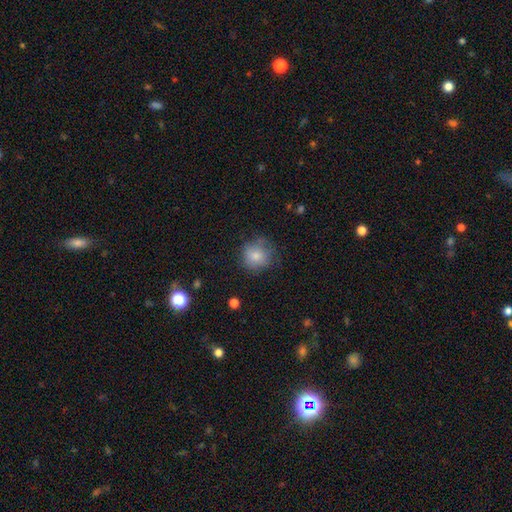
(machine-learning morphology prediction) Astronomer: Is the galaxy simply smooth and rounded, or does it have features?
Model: smooth — 80%.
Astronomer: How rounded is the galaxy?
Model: round — 87%.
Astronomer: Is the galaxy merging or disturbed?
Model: none — 69%.